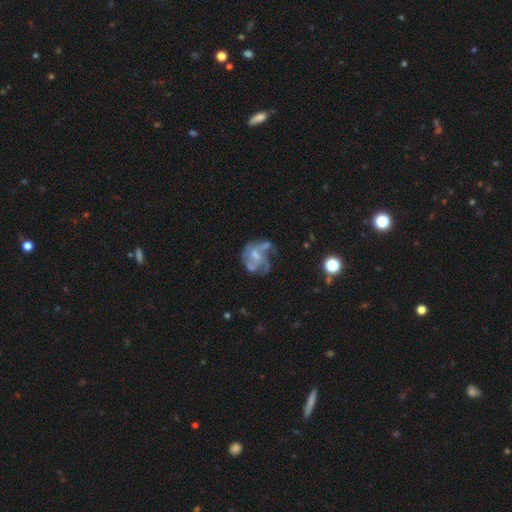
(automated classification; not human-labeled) Q: Smooth or featured?
A: featured or disk (71%); runner-up: smooth (19%)
Q: Edge-on disk?
A: no (98%); runner-up: yes (2%)
Q: Bar?
A: no (65%); runner-up: weak (30%)
Q: Spiral arms?
A: yes (66%); runner-up: no (34%)
Q: Bulge size?
A: small (39%); runner-up: moderate (35%)
Q: Merging?
A: none (36%); runner-up: major disturbance (33%)